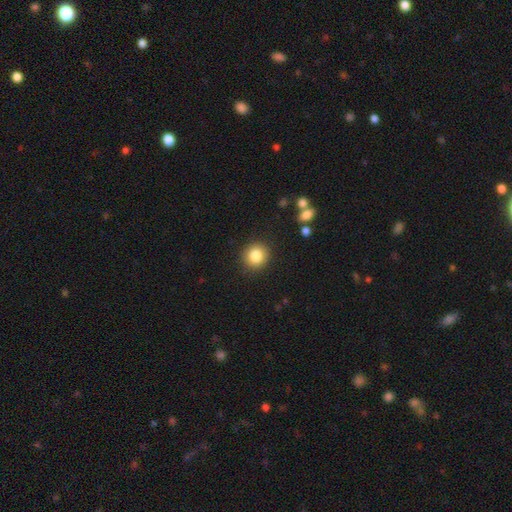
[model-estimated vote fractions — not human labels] smooth-or-featured: smooth: 84% | star or artifact: 10% | featured or disk: 6%
  how-rounded: round: 90% | in between: 9% | cigar-shaped: 1%
  merging: none: 90% | minor disturbance: 6% | major disturbance: 2% | merger: 1%